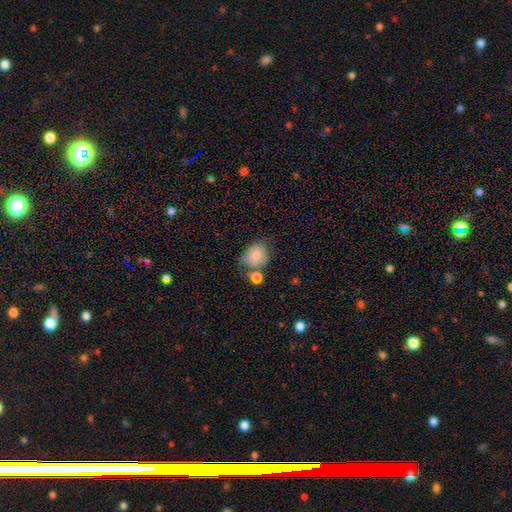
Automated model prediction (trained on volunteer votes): Overall: smooth (73%). How rounded: round (54%; in between 45%). Merging: none (44%; minor disturbance 26%).